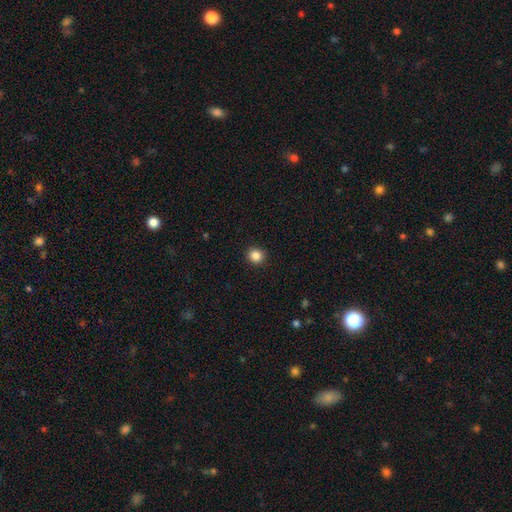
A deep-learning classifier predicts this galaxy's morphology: This is clearly a smooth galaxy (86%). How rounded: clearly round (88%). Merging: clearly none (92%).